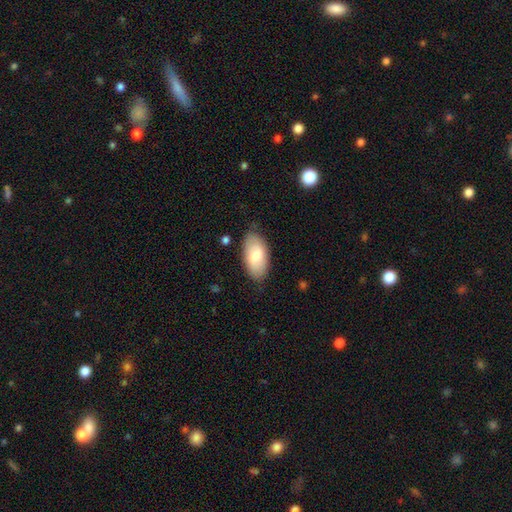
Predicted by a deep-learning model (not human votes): smooth-or-featured: smooth: 75% | featured or disk: 19% | star or artifact: 6%
  how-rounded: in between: 95% | cigar-shaped: 3% | round: 2%
  merging: none: 81% | minor disturbance: 15% | major disturbance: 3% | merger: 1%